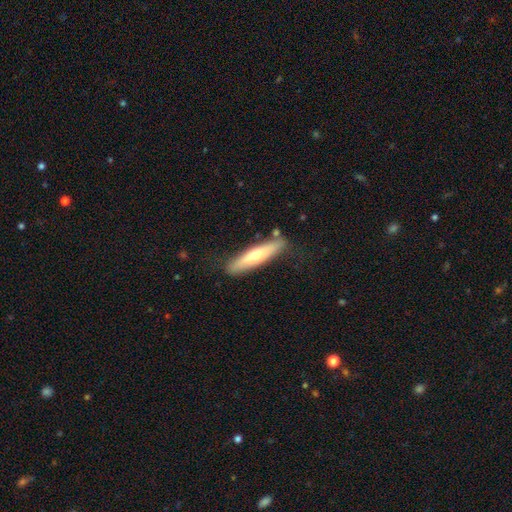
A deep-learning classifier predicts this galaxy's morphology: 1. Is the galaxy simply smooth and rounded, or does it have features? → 54% smooth, 40% featured or disk, 6% star or artifact.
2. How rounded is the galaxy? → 81% cigar-shaped, 18% in between, 2% round.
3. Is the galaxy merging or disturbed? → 81% none, 13% minor disturbance, 3% merger, 3% major disturbance.